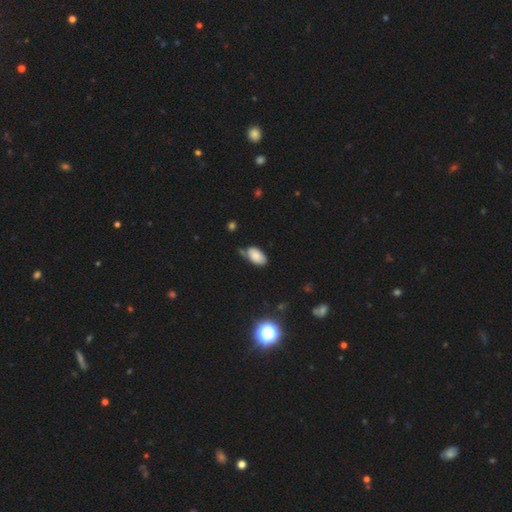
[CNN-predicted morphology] A smooth galaxy with no disk features (82%) that is in between round and cigar-shaped (95%).

Vote fractions:
- Smooth or featured? smooth: 82% / star or artifact: 10% / featured or disk: 8%
- How rounded? in between: 95% / round: 4% / cigar-shaped: 2%
- Merging? none: 57% / minor disturbance: 30% / major disturbance: 7% / merger: 6%